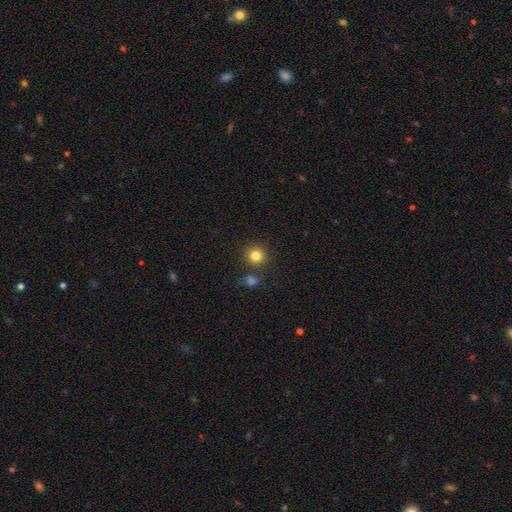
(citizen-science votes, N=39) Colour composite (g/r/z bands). It shows a smooth galaxy with no disk features (87%) that is round (97%). Merging: none (91%).